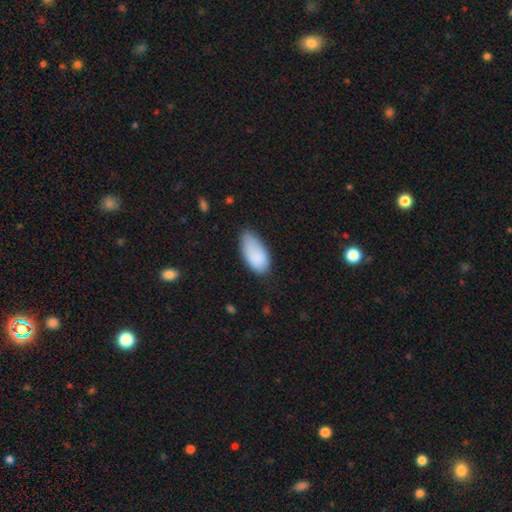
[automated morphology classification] Smooth or featured?
  - smooth: 86% *
  - featured or disk: 7%
  - star or artifact: 7%
How rounded?
  - in between: 93% *
  - cigar-shaped: 4%
  - round: 2%
Merging?
  - none: 57% *
  - minor disturbance: 33%
  - major disturbance: 8%
  - merger: 2%